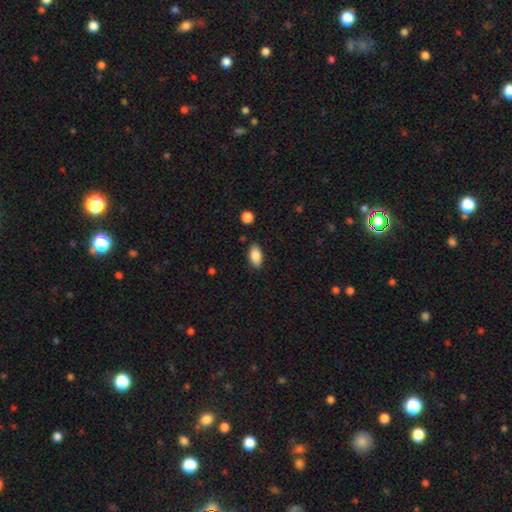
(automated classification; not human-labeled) Smooth or featured: smooth — 86% (star or artifact — 7%)
How rounded: in between — 91% (cigar-shaped — 6%)
Merging: none — 86% (minor disturbance — 10%)